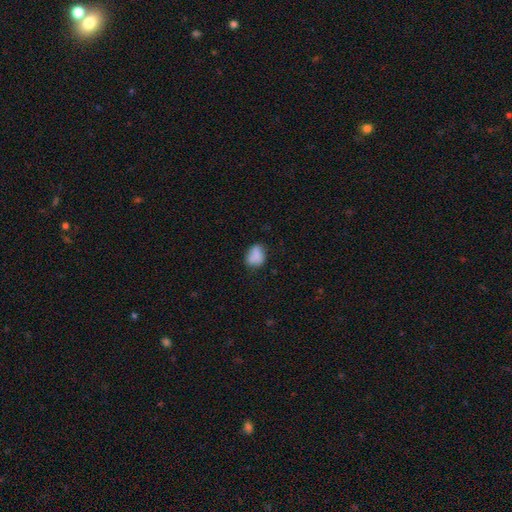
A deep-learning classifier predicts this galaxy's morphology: A smooth galaxy with no disk features (77%) that is in between round and cigar-shaped (61%). Merging: none (58%).